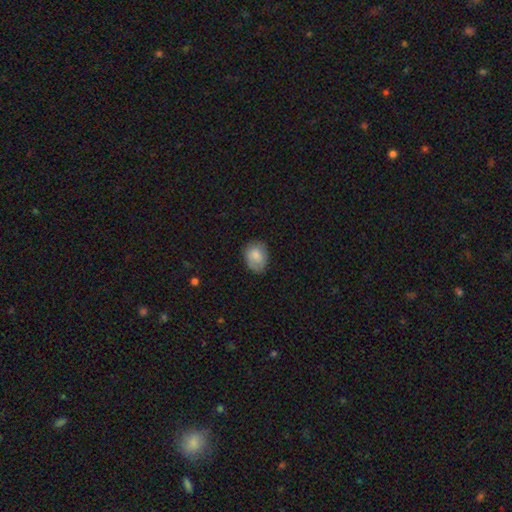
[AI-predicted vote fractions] Morphology: type=smooth (77%); roundness=in between (63%); merging=none (75%).